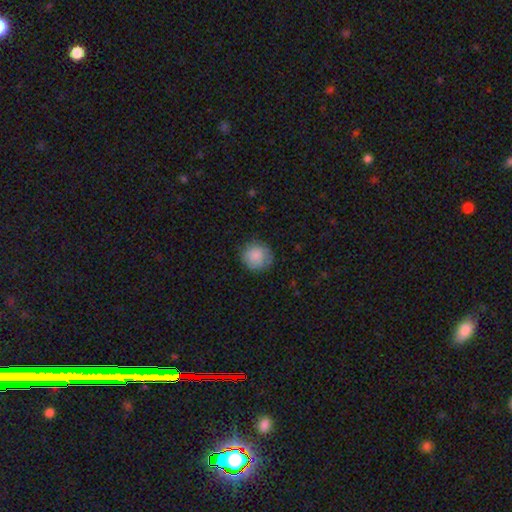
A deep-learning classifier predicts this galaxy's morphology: smooth_or_featured: smooth (p=0.85) [alt: featured or disk p=0.08]
how_rounded: round (p=0.91) [alt: in between p=0.08]
merging: none (p=0.81) [alt: minor disturbance p=0.15]